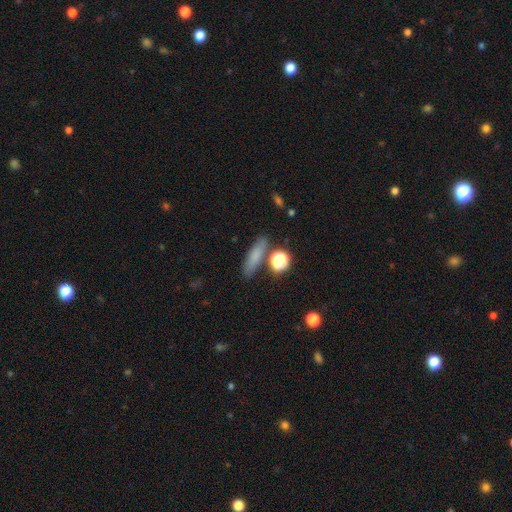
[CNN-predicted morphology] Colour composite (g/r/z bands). It shows a smooth galaxy with no disk features (73%) that is cigar-shaped (61%). Merging: none (77%).